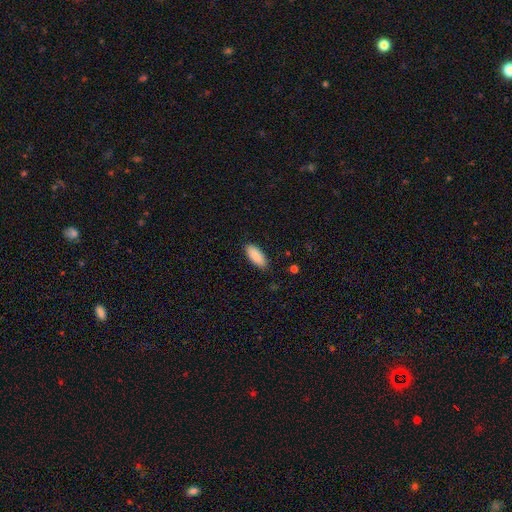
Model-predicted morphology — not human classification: This is clearly a smooth galaxy (90%). How rounded: clearly in between (84%). Merging: clearly none (87%).